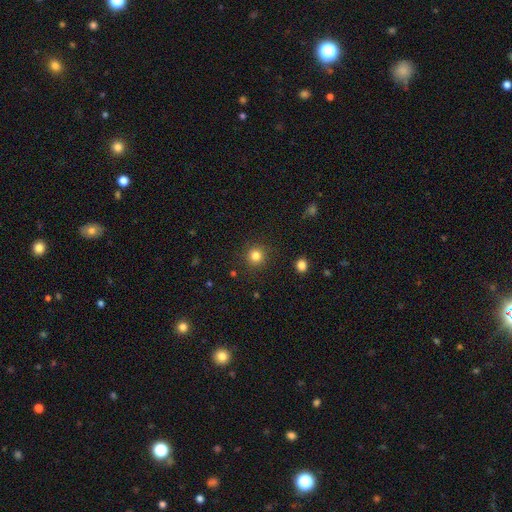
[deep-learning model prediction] Smooth or featured: smooth — 82% (star or artifact — 13%)
How rounded: round — 93% (in between — 6%)
Merging: none — 90% (minor disturbance — 6%)